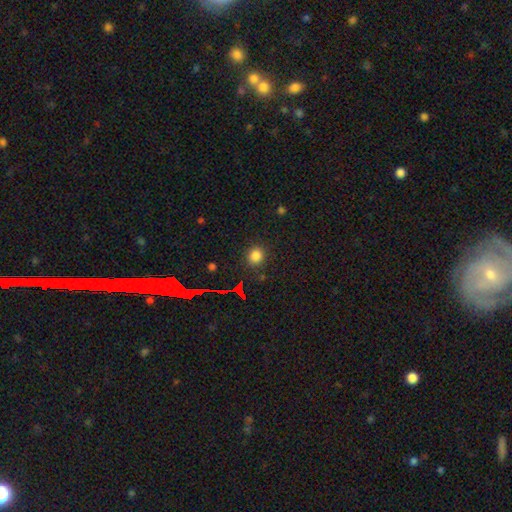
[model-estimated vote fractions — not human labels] Smooth or featured? Predicted: smooth (p=0.79). How rounded? Predicted: round (p=0.81). Merging? Predicted: none (p=0.85).